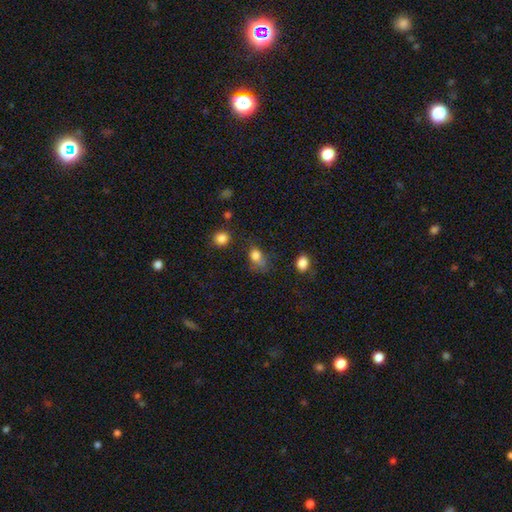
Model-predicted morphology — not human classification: smooth-or-featured: smooth: 79% | star or artifact: 12% | featured or disk: 9%
  how-rounded: in between: 67% | round: 31% | cigar-shaped: 2%
  merging: none: 38% | minor disturbance: 31% | major disturbance: 24% | merger: 7%